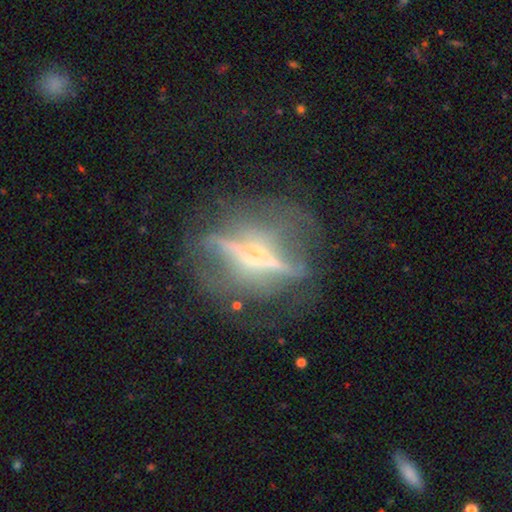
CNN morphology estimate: A featured or disk galaxy (78%) viewed edge-on (65%) with a rounded central bulge (85%). Merging: none (60%).